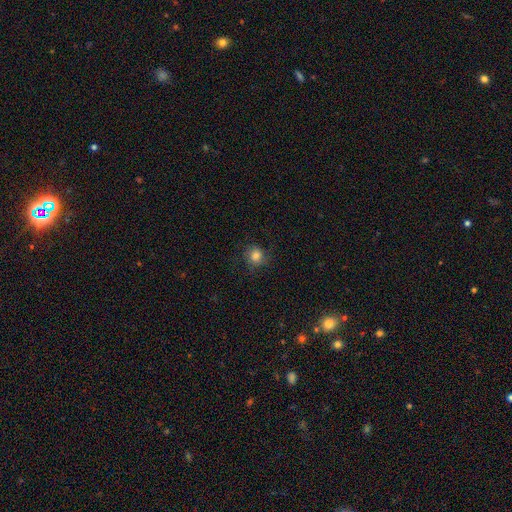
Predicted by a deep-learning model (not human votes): Smooth or featured: smooth — 79% (star or artifact — 11%)
How rounded: round — 83% (in between — 16%)
Merging: none — 76% (minor disturbance — 16%)